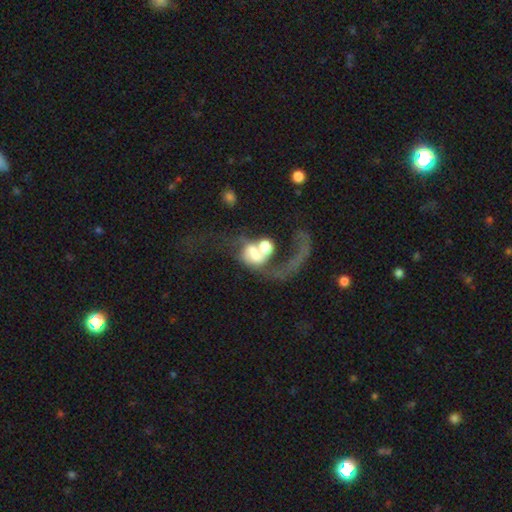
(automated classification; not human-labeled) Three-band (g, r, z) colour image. It shows a featured or disk galaxy (51%). Merging: merger (49%).